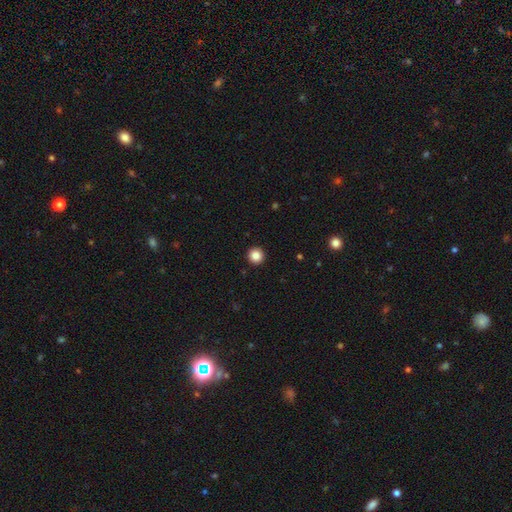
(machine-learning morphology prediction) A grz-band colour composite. It shows a smooth galaxy with no disk features (85%) that is round (96%). Merging: none (94%).